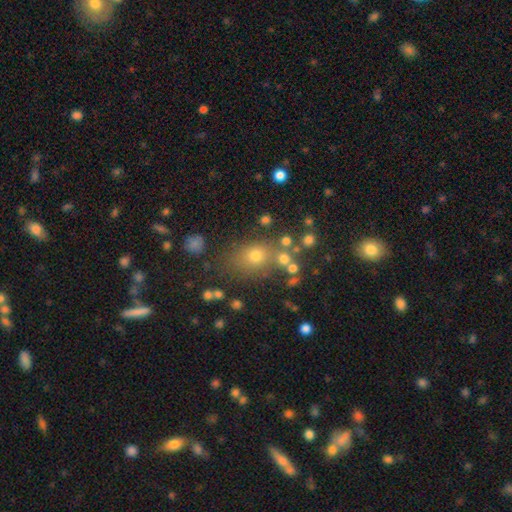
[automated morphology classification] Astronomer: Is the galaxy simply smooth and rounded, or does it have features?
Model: smooth — 66%.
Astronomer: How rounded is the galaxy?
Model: round — 56% (runner-up: in between, 43%).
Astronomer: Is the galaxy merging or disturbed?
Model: none — 67%.